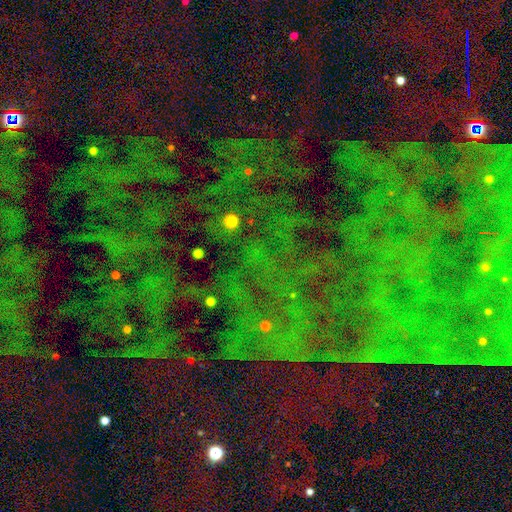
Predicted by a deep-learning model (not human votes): Smooth or featured: star or artifact — 83% (smooth — 9%)